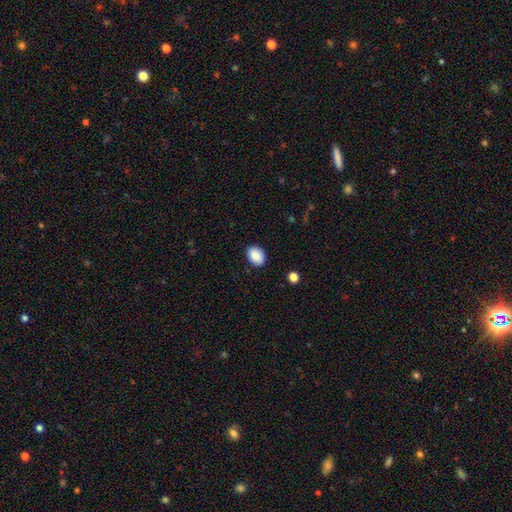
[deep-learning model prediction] The model was most divided on "how rounded": in between: 77%, round: 22%, cigar-shaped: 1%. More confident: merging — none (88%); smooth or featured — smooth (87%).